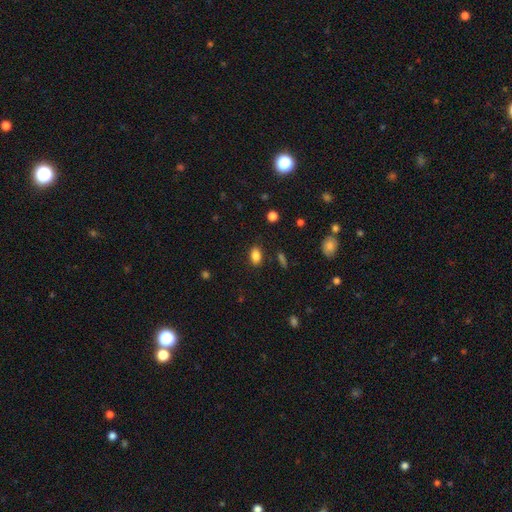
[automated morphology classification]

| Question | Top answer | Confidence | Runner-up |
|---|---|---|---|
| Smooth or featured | smooth | 84% | star or artifact (10%) |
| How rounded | in between | 86% | round (11%) |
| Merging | none | 85% | minor disturbance (10%) |